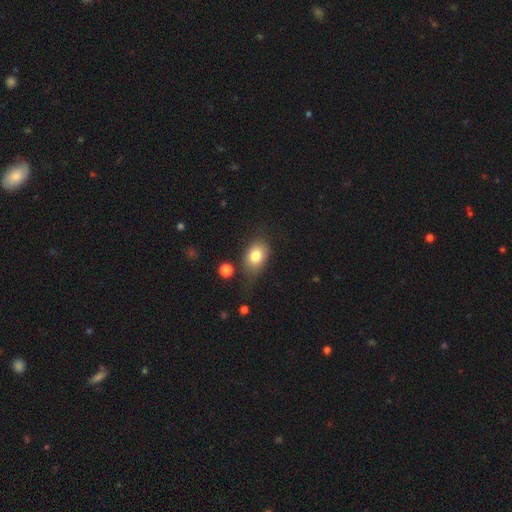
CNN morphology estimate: smooth 79%, featured or disk 12%, star or artifact 9%. Down the decision tree: how rounded — in between (75%); merging — none (59%).